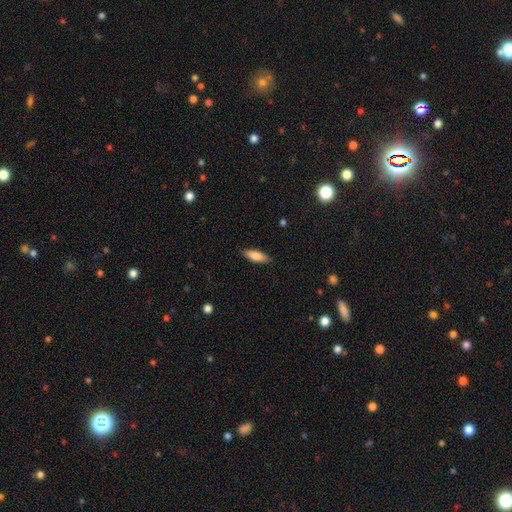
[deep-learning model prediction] Overall: smooth (80%). How rounded: in between (58%; cigar-shaped 40%). Merging: none (87%).